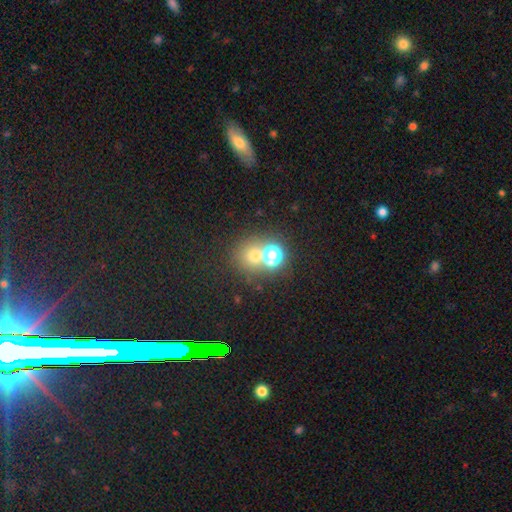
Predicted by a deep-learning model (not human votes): Smooth or featured? smooth (63%)
How rounded? round (83%)
Merging? none (48%)